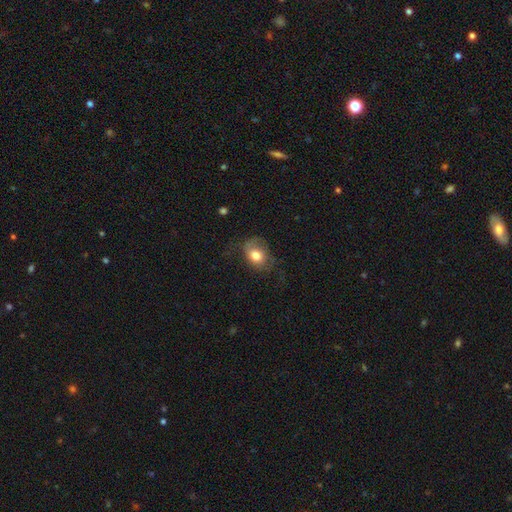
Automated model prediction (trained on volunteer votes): A smooth galaxy with no disk features (73%) that is in between round and cigar-shaped (60%).

Vote fractions:
- Smooth or featured? smooth: 73% / featured or disk: 19% / star or artifact: 8%
- How rounded? in between: 60% / round: 39% / cigar-shaped: 1%
- Merging? none: 46% / minor disturbance: 29% / major disturbance: 23% / merger: 2%